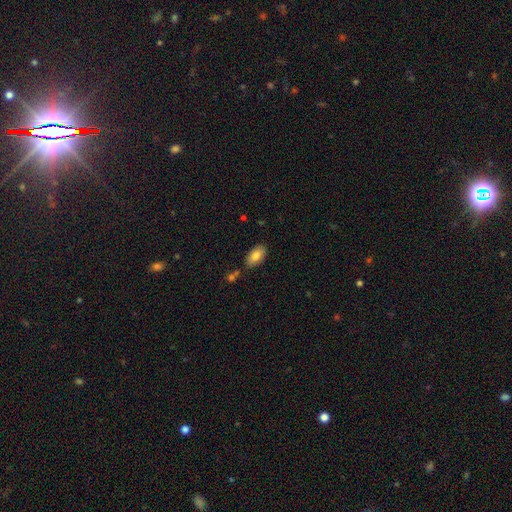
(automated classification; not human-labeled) smooth_or_featured: smooth (p=0.82) [alt: featured or disk p=0.11]
how_rounded: in between (p=0.93) [alt: round p=0.04]
merging: none (p=0.75) [alt: minor disturbance p=0.16]